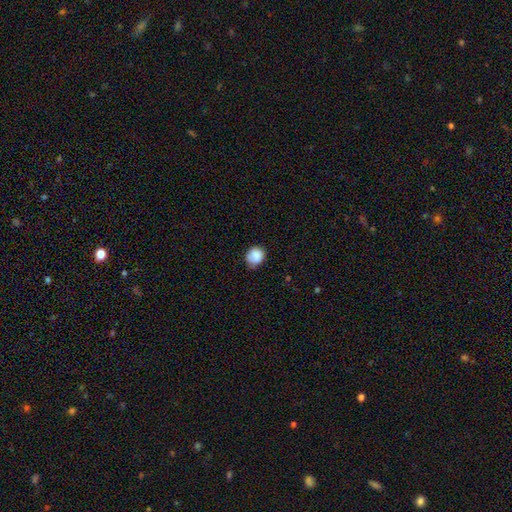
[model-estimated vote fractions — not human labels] smooth 85%, star or artifact 8%, featured or disk 6%. Down the decision tree: how rounded — round (71%); merging — none (66%).